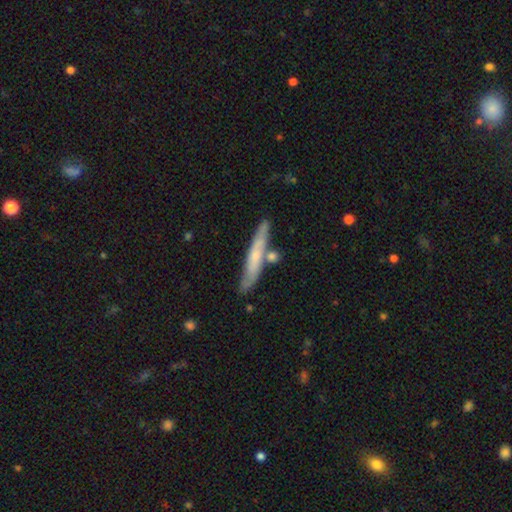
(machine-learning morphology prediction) A smooth galaxy with no disk features (48%).

Vote fractions:
- Smooth or featured? smooth: 48% / featured or disk: 47% / star or artifact: 6%
- Merging? none: 71% / minor disturbance: 15% / merger: 11% / major disturbance: 3%